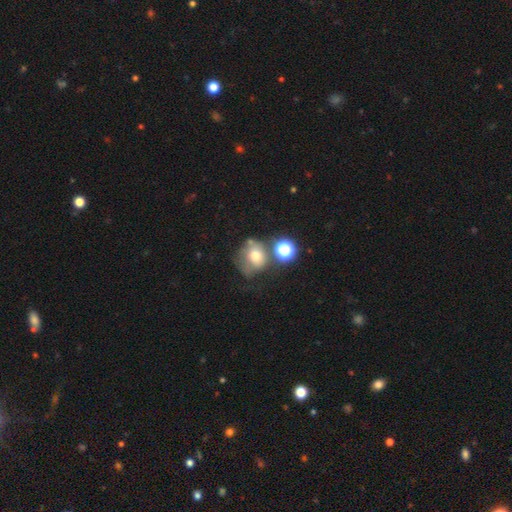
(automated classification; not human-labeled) smooth-or-featured: smooth: 61% | featured or disk: 24% | star or artifact: 16%
  how-rounded: round: 71% | in between: 28% | cigar-shaped: 1%
  merging: none: 35% | minor disturbance: 23% | major disturbance: 21% | merger: 21%